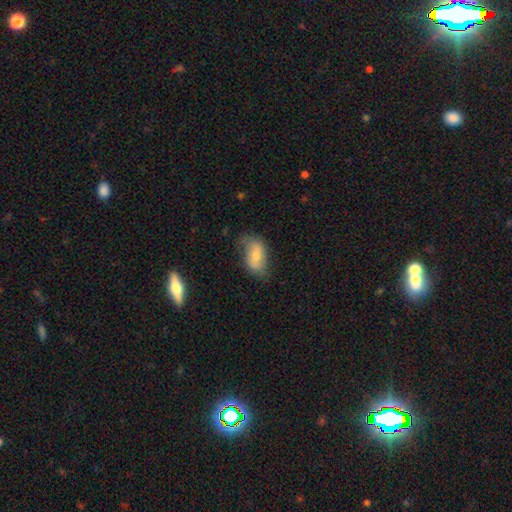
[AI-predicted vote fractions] Overall: smooth (62%; featured or disk 31%). How rounded: in between (91%). Merging: none (56%; minor disturbance 30%).